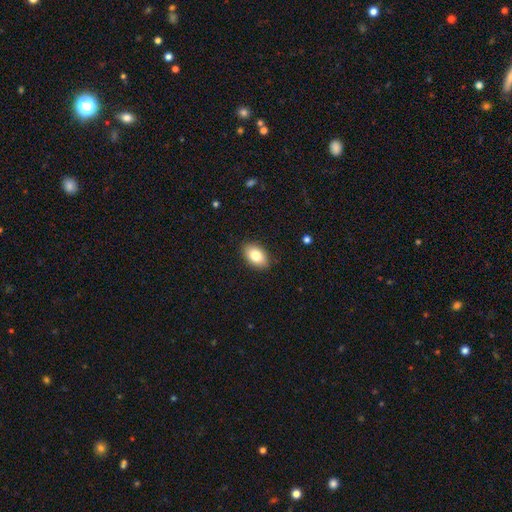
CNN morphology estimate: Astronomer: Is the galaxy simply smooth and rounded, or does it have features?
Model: smooth — 82%.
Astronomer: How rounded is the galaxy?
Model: in between — 89%.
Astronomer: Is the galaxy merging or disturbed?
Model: none — 88%.